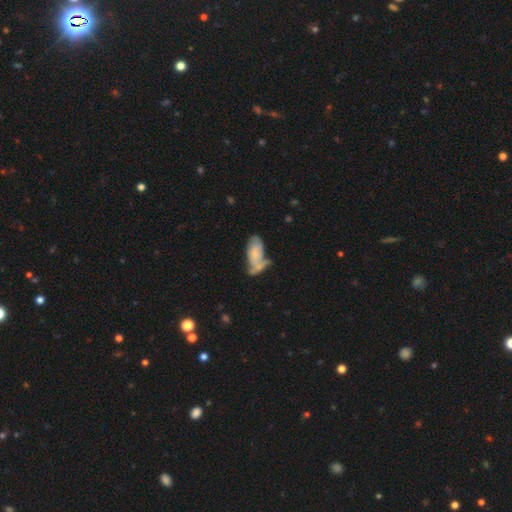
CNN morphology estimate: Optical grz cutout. It shows a smooth galaxy with no disk features (63%) that is in between round and cigar-shaped (88%). Merging: merger (34%).